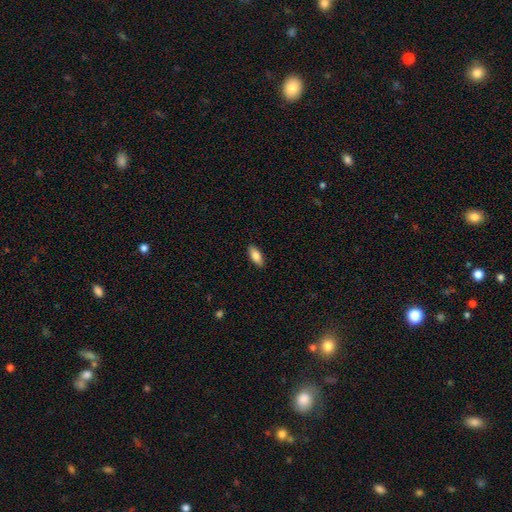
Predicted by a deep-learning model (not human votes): smooth 83%, featured or disk 11%, star or artifact 6%. Down the decision tree: how rounded — in between (83%); merging — none (90%).